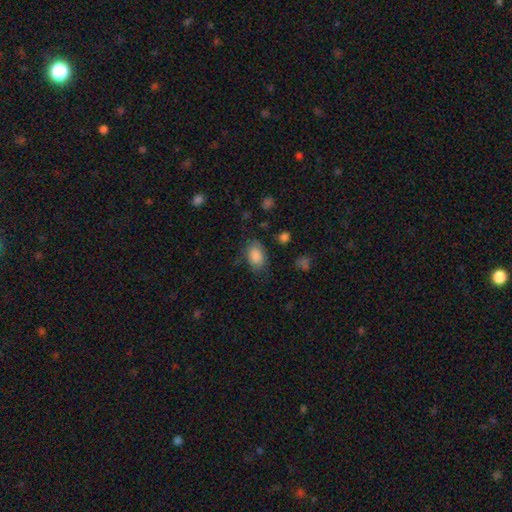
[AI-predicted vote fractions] The model was most divided on "merging": none: 71%, minor disturbance: 20%, major disturbance: 7%, merger: 2%. More confident: smooth or featured — smooth (86%); how rounded — in between (86%).